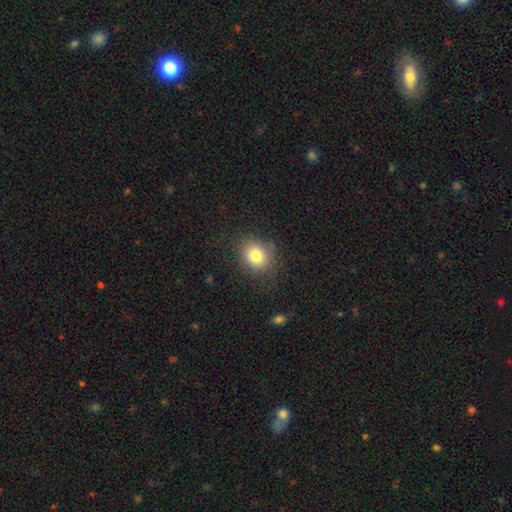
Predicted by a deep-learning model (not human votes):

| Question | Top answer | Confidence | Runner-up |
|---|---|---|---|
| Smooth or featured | smooth | 80% | star or artifact (11%) |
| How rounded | round | 71% | in between (28%) |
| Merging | none | 81% | minor disturbance (12%) |